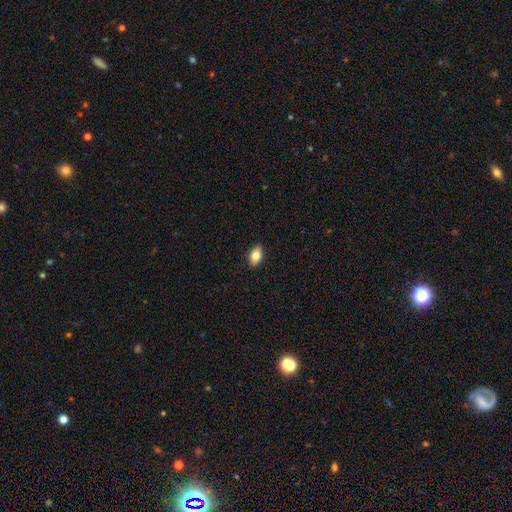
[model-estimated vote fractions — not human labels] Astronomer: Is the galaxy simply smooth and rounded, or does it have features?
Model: smooth — 80%.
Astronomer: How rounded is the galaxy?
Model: in between — 88%.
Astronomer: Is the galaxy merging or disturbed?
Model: none — 89%.